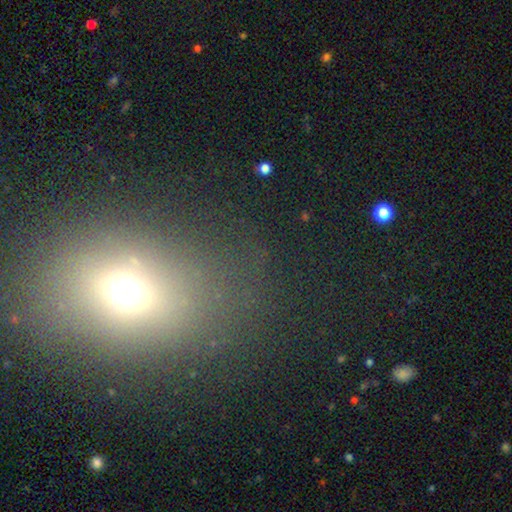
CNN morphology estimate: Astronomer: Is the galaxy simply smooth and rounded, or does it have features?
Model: smooth — 52% (runner-up: star or artifact, 32%).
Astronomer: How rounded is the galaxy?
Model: in between — 56% (runner-up: round, 41%).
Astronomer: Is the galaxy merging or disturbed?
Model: none — 75%.